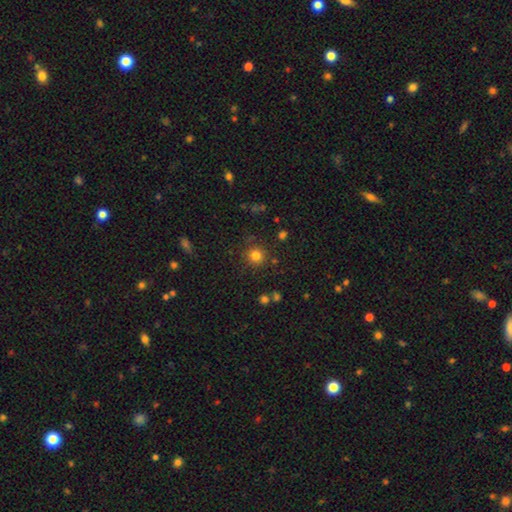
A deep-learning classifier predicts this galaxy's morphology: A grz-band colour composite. It shows a smooth galaxy with no disk features (80%) that is round (94%). Merging: none (86%).